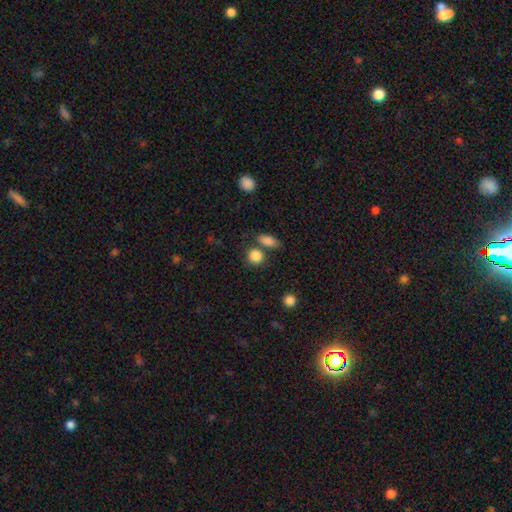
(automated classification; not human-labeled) This appears to be a smooth galaxy with no disk features (86%) that is round (77%). Merging: none (64%).